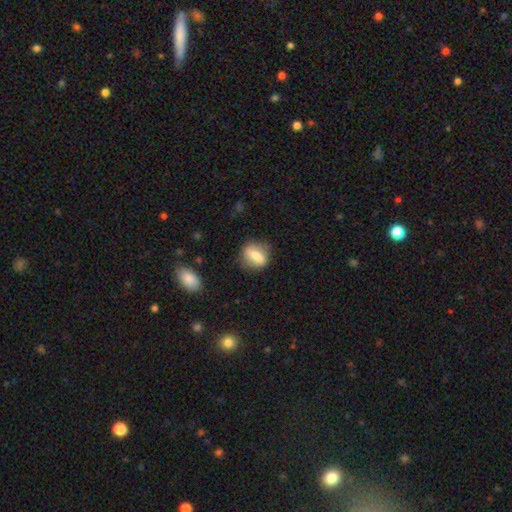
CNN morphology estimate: The model was most divided on "how rounded": in between: 49%, round: 41%, cigar-shaped: 11%. More confident: merging — none (78%); smooth or featured — smooth (56%).